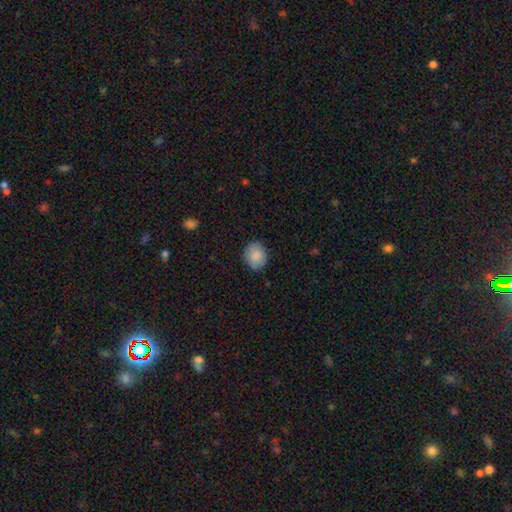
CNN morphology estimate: Smooth or featured: smooth — 87% (star or artifact — 7%)
How rounded: round — 56% (in between — 43%)
Merging: none — 84% (minor disturbance — 13%)